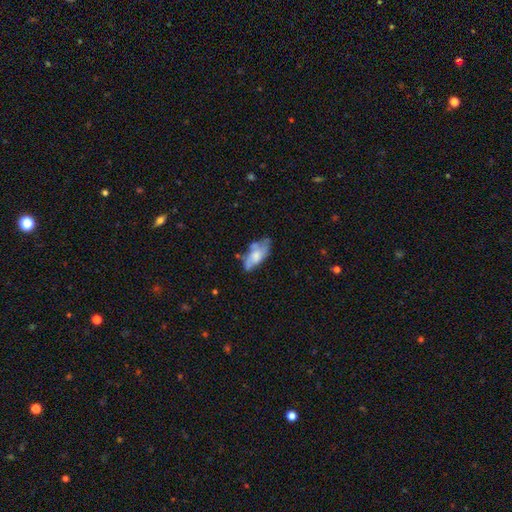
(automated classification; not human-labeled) This is possibly a smooth galaxy (51%). How rounded: clearly in between (83%). Merging: possibly none (49%).